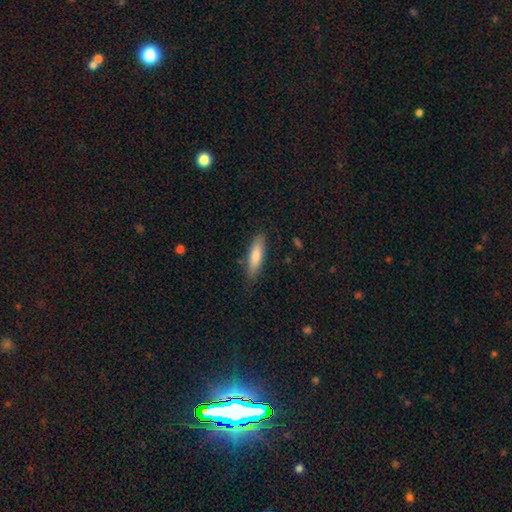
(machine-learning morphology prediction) smooth-or-featured: smooth: 74% | featured or disk: 20% | star or artifact: 7%
  how-rounded: cigar-shaped: 70% | in between: 28% | round: 2%
  merging: none: 83% | minor disturbance: 13% | major disturbance: 2% | merger: 1%